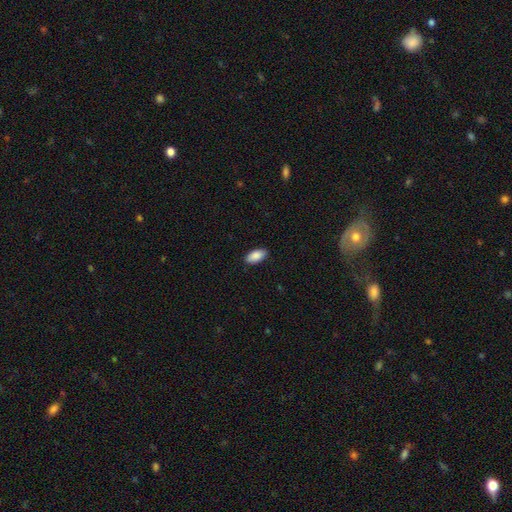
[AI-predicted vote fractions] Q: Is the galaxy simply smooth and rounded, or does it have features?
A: smooth — 89%.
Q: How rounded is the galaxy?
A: in between — 92%.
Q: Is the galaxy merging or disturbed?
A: none — 89%.